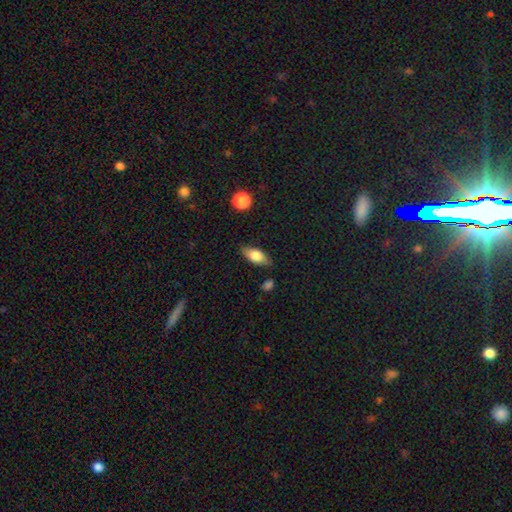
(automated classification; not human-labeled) Overall: smooth (71%). How rounded: in between (82%). Merging: none (78%).